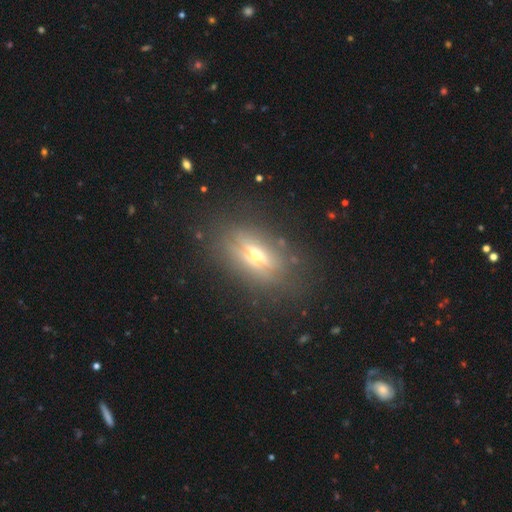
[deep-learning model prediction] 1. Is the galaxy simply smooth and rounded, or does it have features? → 66% featured or disk, 23% smooth, 10% star or artifact.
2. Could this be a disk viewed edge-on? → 78% yes, 22% no.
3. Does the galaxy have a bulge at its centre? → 92% rounded, 4% none, 4% boxy.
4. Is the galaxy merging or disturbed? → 76% none, 15% minor disturbance, 7% major disturbance, 2% merger.